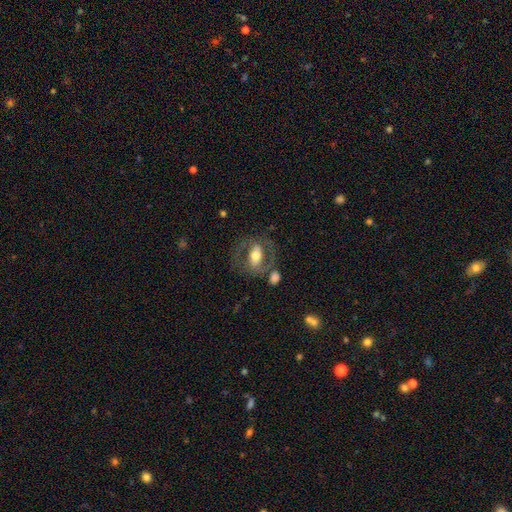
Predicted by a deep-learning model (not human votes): Overall: featured or disk (60%; smooth 33%). Edge-on disk: no (90%). Bar: strong (41%; no 31%). Spiral arms: no (51%; yes 49%). Bulge size: moderate (63%). Merging: none (60%).